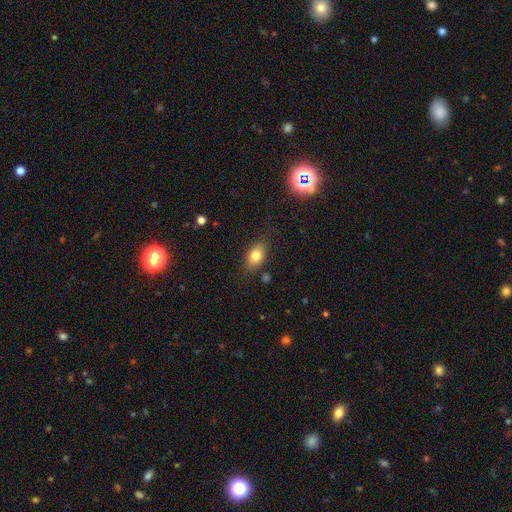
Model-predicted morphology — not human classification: Smooth or featured? Predicted: smooth (p=0.79). How rounded? Predicted: in between (p=0.81). Merging? Predicted: none (p=0.80).